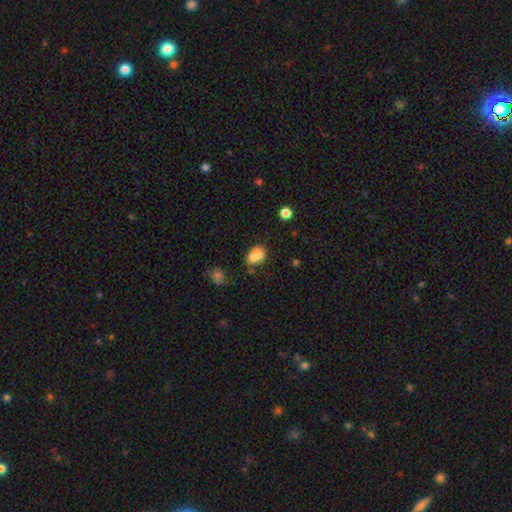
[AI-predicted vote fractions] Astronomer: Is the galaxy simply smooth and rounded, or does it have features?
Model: smooth — 70%.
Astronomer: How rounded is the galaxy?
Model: in between — 63%.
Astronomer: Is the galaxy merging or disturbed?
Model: merger — 47% (runner-up: none, 33%).